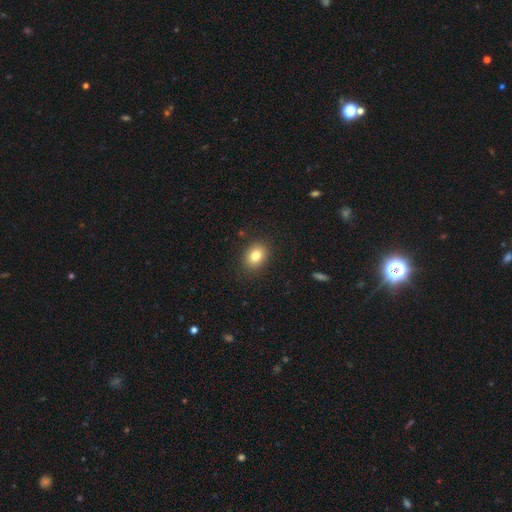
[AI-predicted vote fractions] Q: Smooth or featured?
A: smooth (82%); runner-up: star or artifact (10%)
Q: How rounded?
A: in between (63%); runner-up: round (36%)
Q: Merging?
A: none (88%); runner-up: minor disturbance (8%)